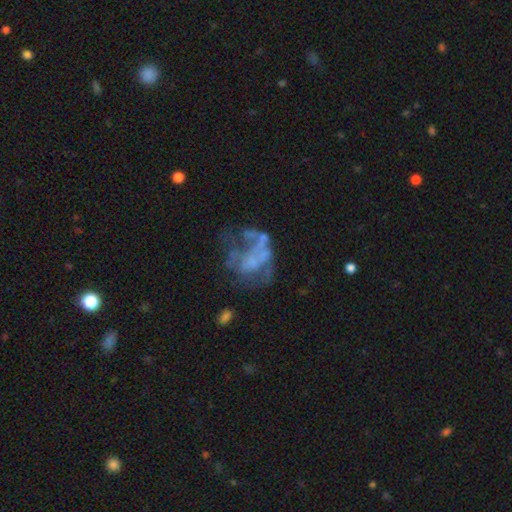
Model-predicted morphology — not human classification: type=featured or disk (61%); edge-on=no (98%); bar=no (89%); spiral arms=no (87%); bulge=none (73%); merging=major disturbance (41%).